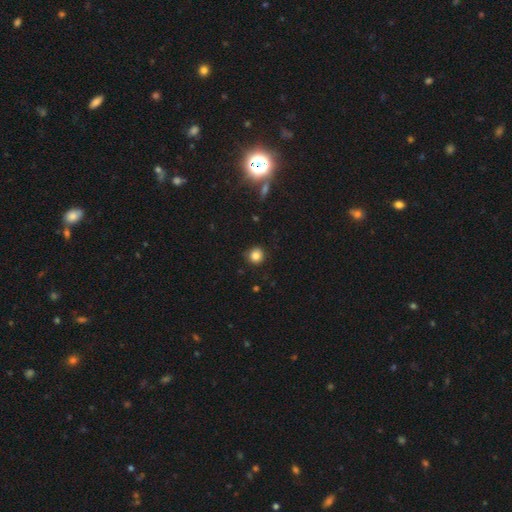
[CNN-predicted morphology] Overall: smooth (83%). How rounded: round (93%). Merging: none (87%).